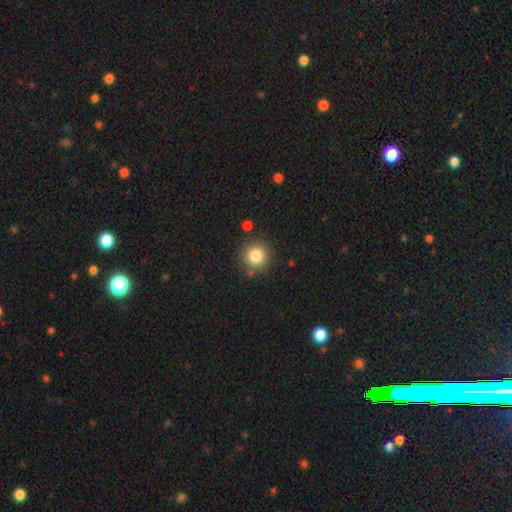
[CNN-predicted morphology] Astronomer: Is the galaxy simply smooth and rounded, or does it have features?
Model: smooth — 83%.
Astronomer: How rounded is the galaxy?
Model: round — 94%.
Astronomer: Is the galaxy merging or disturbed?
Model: none — 85%.